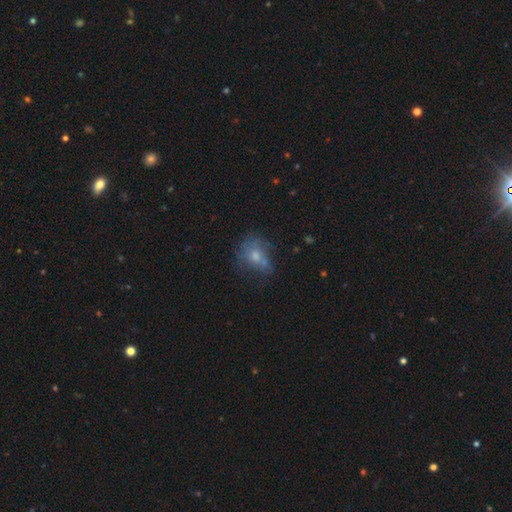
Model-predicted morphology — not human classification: Q: Smooth or featured?
A: smooth (58%); runner-up: featured or disk (30%)
Q: How rounded?
A: in between (52%); runner-up: round (46%)
Q: Merging?
A: none (45%); runner-up: minor disturbance (25%)